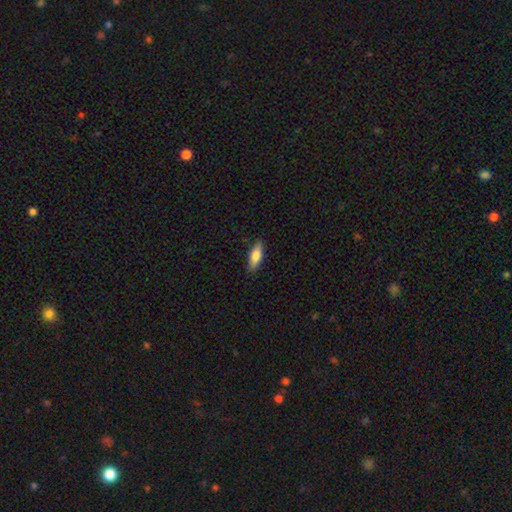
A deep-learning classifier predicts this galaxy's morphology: Overall: smooth (72%). How rounded: in between (57%; cigar-shaped 41%). Merging: none (87%).